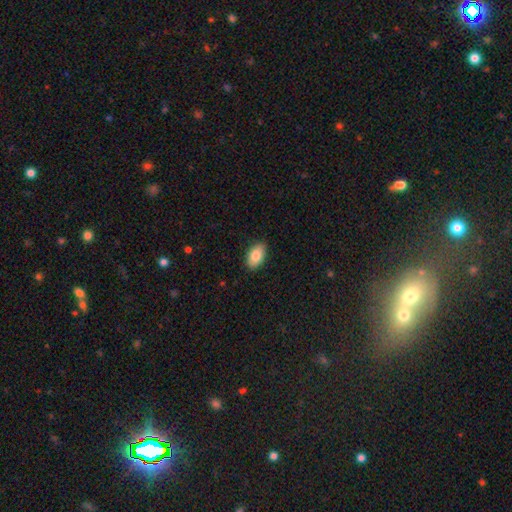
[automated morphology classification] Smooth or featured? smooth (84%)
How rounded? in between (93%)
Merging? none (87%)